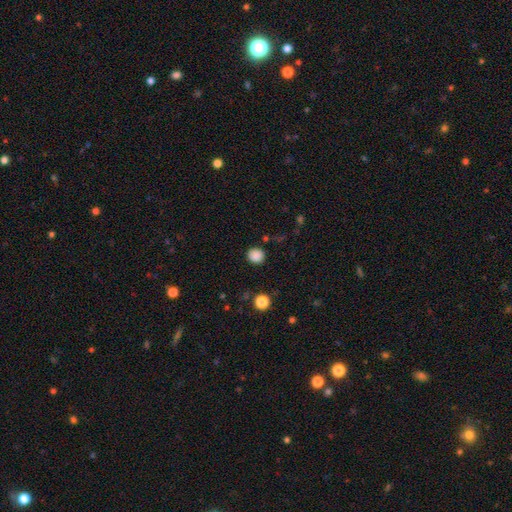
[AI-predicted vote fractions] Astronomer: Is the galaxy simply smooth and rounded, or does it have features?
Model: smooth — 86%.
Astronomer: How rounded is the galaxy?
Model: round — 85%.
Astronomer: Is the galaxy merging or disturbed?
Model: none — 87%.